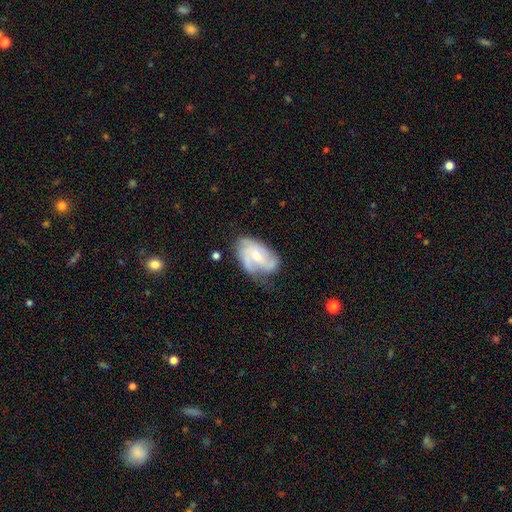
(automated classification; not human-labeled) smooth_or_featured: featured or disk (p=0.74) [alt: smooth p=0.20]
disk_edge_on: no (p=0.97) [alt: yes p=0.03]
bar: weak (p=0.46) [alt: no p=0.44]
has_spiral_arms: yes (p=0.91) [alt: no p=0.09]
spiral_winding: medium (p=0.44) [alt: tight p=0.37]
spiral_arm_count: 2 (p=0.30) [alt: 3 p=0.29]
bulge_size: small (p=0.48) [alt: moderate p=0.43]
merging: none (p=0.53) [alt: minor disturbance p=0.30]